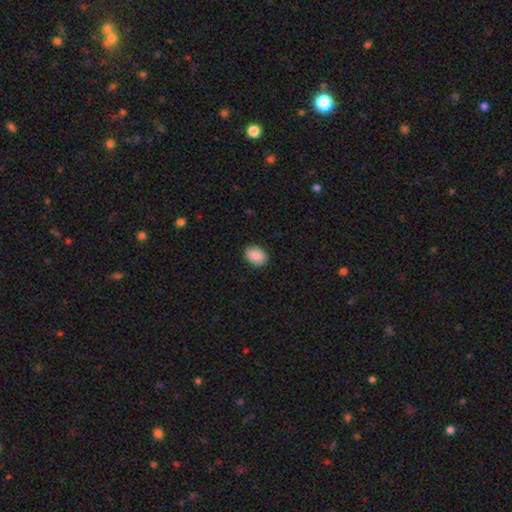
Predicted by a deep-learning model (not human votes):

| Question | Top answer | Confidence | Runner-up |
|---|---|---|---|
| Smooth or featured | smooth | 87% | star or artifact (7%) |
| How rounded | in between | 66% | round (34%) |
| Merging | none | 89% | minor disturbance (8%) |